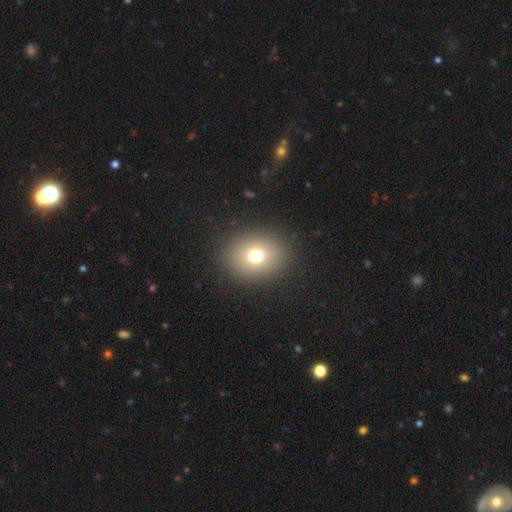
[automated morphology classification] This is likely a smooth galaxy (73%). How rounded: likely round (62%). Merging: clearly none (89%).